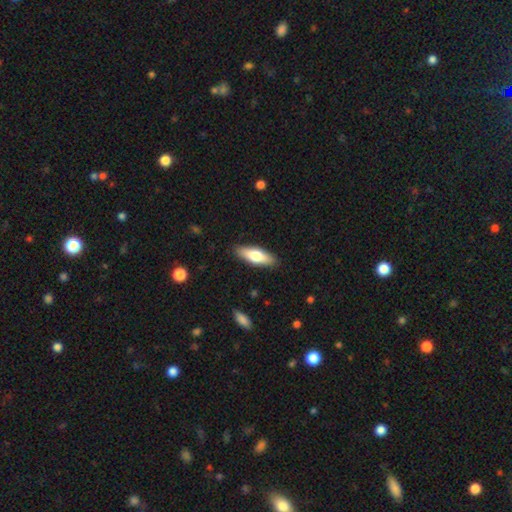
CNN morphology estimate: smooth 67%, featured or disk 28%, star or artifact 6%. Down the decision tree: how rounded — in between (55%); merging — none (89%).